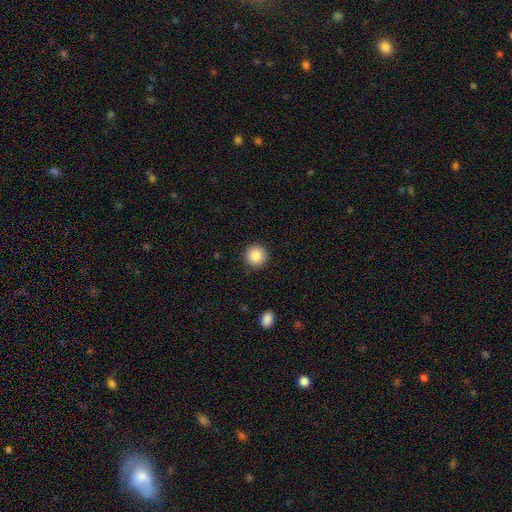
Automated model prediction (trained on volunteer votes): A smooth galaxy with no disk features (87%) that is round (95%). Merging: none (91%).